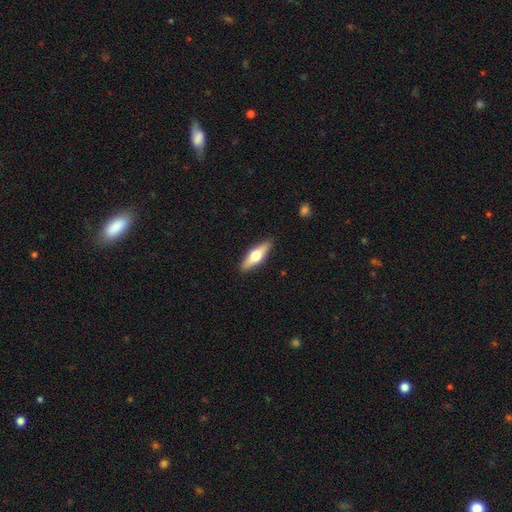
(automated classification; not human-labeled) Smooth or featured?
  - smooth: 48% *
  - featured or disk: 46%
  - star or artifact: 6%
Merging?
  - none: 90% *
  - minor disturbance: 8%
  - major disturbance: 2%
  - merger: 1%